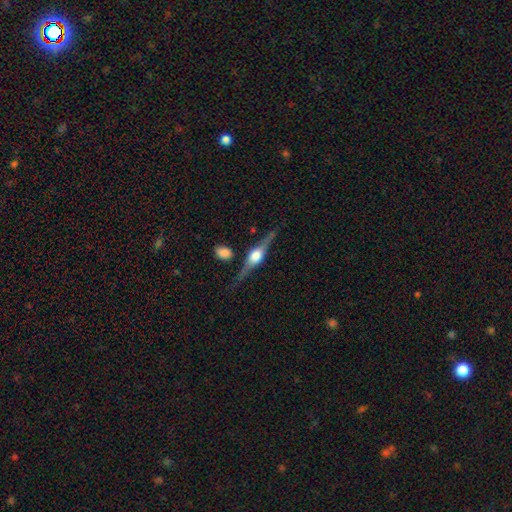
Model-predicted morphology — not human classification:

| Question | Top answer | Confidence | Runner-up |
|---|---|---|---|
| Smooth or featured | featured or disk | 86% | smooth (9%) |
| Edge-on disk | yes | 98% | no (2%) |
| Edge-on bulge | rounded | 91% | boxy (7%) |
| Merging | none | 81% | minor disturbance (12%) |